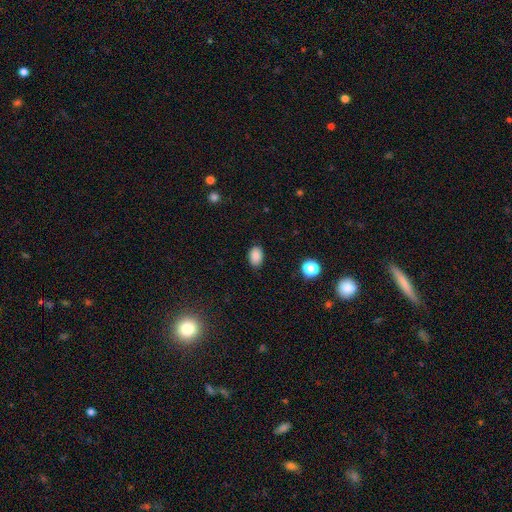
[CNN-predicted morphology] The model was most divided on "how rounded": in between: 84%, round: 14%, cigar-shaped: 1%. More confident: smooth or featured — smooth (87%); merging — none (85%).